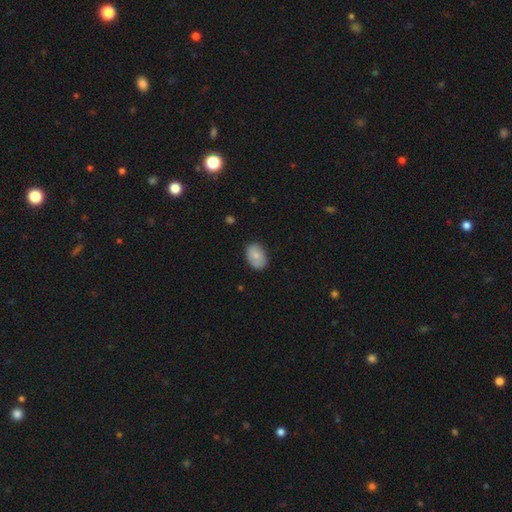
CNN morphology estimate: This is likely a smooth galaxy (76%). How rounded: clearly in between (81%). Merging: clearly none (81%).